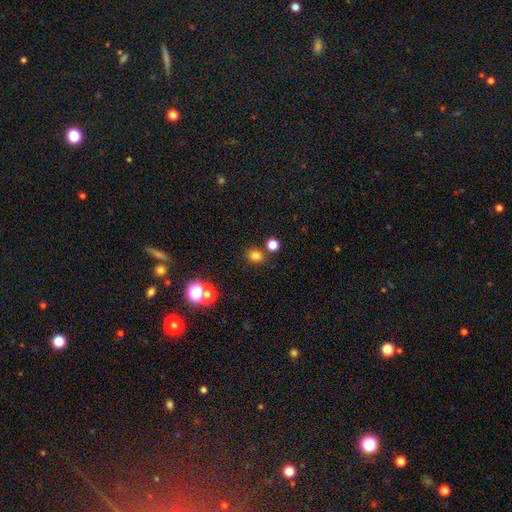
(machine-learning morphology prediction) Overall: smooth (76%). How rounded: round (76%). Merging: none (79%).